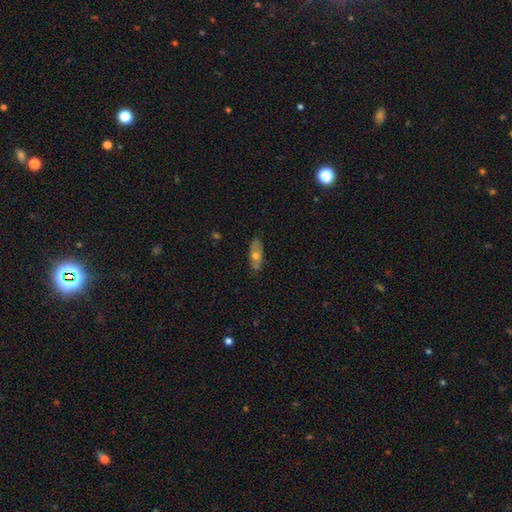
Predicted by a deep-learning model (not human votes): This is possibly a smooth galaxy (57%). How rounded: likely in between (80%). Merging: likely none (76%).